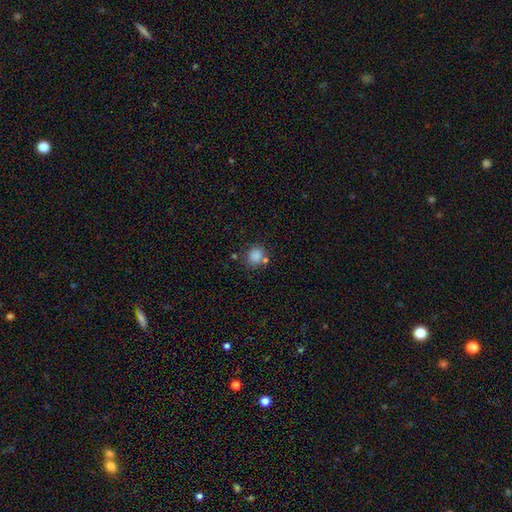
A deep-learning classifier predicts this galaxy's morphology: smooth 85%, star or artifact 11%, featured or disk 5%. Down the decision tree: how rounded — round (83%); merging — none (71%).